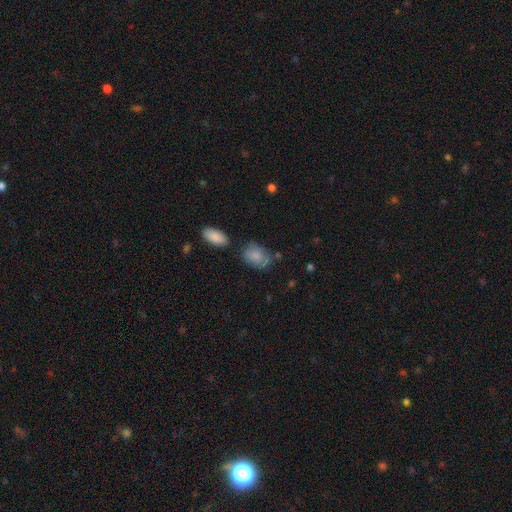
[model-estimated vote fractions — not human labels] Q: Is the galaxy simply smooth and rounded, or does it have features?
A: smooth — 84%.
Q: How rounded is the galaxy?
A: in between — 82%.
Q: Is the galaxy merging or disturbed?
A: none — 62%.